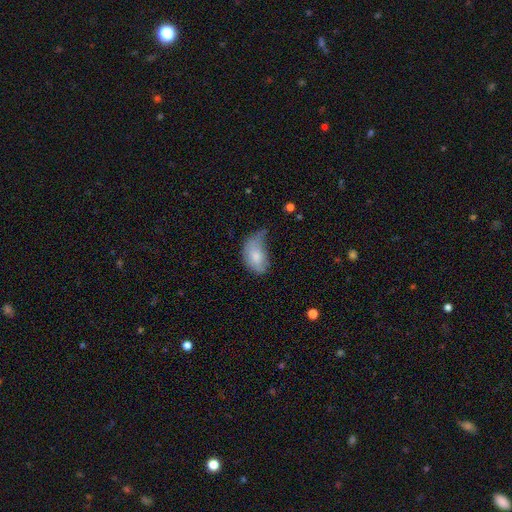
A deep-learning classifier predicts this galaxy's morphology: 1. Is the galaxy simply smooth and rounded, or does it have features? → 75% smooth, 18% featured or disk, 7% star or artifact.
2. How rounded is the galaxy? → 90% in between, 8% round, 2% cigar-shaped.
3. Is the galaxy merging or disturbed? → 42% minor disturbance, 28% major disturbance, 25% none, 5% merger.